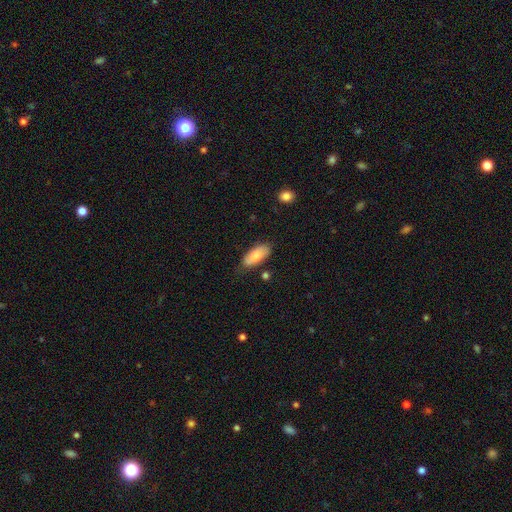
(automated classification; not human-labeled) A smooth galaxy with no disk features (79%) that is in between round and cigar-shaped (84%).

Vote fractions:
- Smooth or featured? smooth: 79% / featured or disk: 15% / star or artifact: 6%
- How rounded? in between: 84% / cigar-shaped: 14% / round: 2%
- Merging? none: 72% / minor disturbance: 20% / major disturbance: 4% / merger: 3%